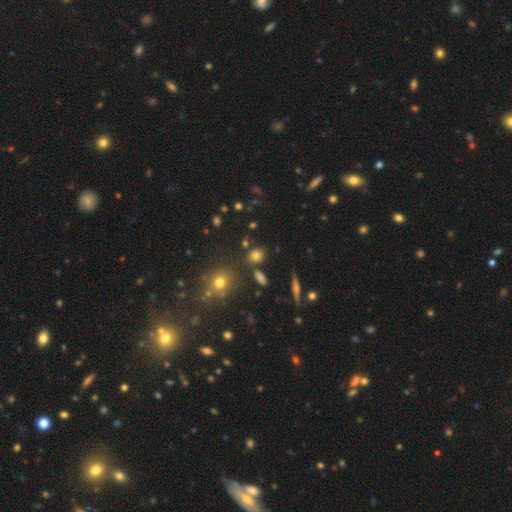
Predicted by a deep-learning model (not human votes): Q: Smooth or featured?
A: smooth (75%); runner-up: star or artifact (16%)
Q: How rounded?
A: round (65%); runner-up: in between (33%)
Q: Merging?
A: none (79%); runner-up: minor disturbance (10%)